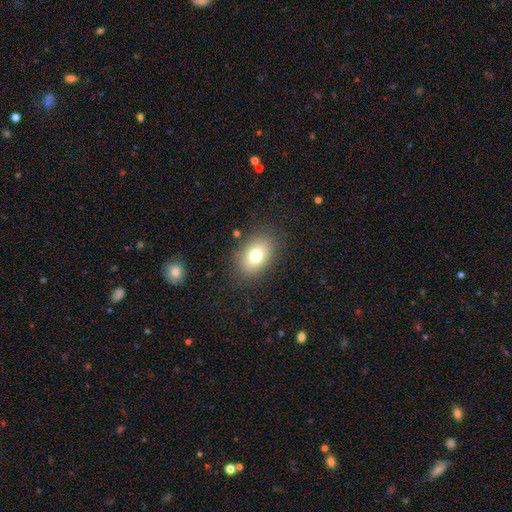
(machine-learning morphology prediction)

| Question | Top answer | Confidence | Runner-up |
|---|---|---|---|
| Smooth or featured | smooth | 75% | featured or disk (13%) |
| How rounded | in between | 76% | round (23%) |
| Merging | none | 85% | minor disturbance (10%) |